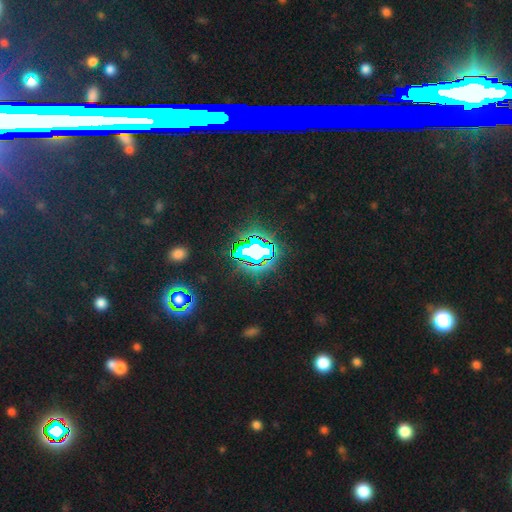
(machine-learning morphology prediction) This is likely a star or artifact rather than a galaxy (76%).